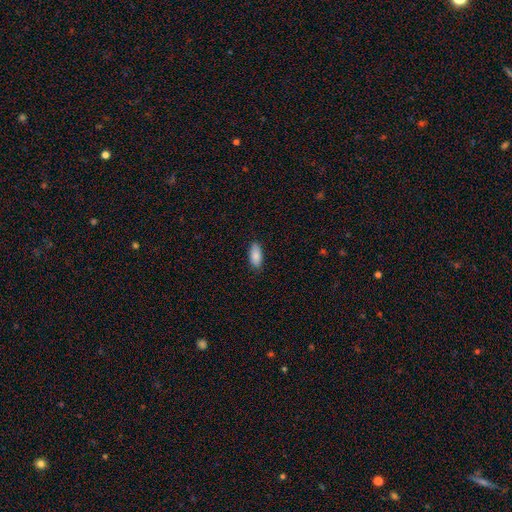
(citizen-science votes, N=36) smooth 83%, featured or disk 11%, star or artifact 6%. Down the decision tree: how rounded — in between (70%); merging — none (88%).